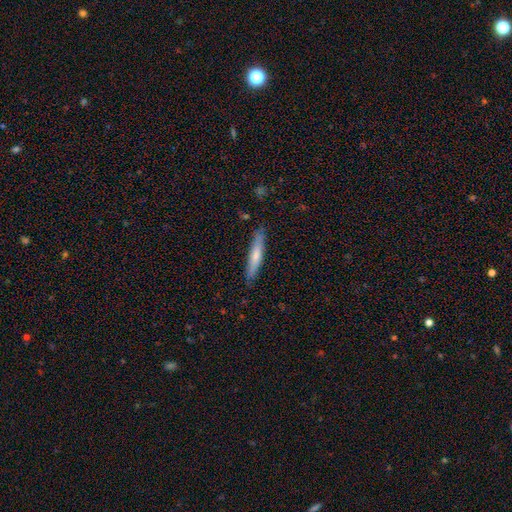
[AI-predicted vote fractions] A smooth galaxy with no disk features (64%) that is cigar-shaped (92%).

Vote fractions:
- Smooth or featured? smooth: 64% / featured or disk: 31% / star or artifact: 5%
- How rounded? cigar-shaped: 92% / in between: 7% / round: 1%
- Merging? none: 87% / minor disturbance: 10% / major disturbance: 2% / merger: 1%